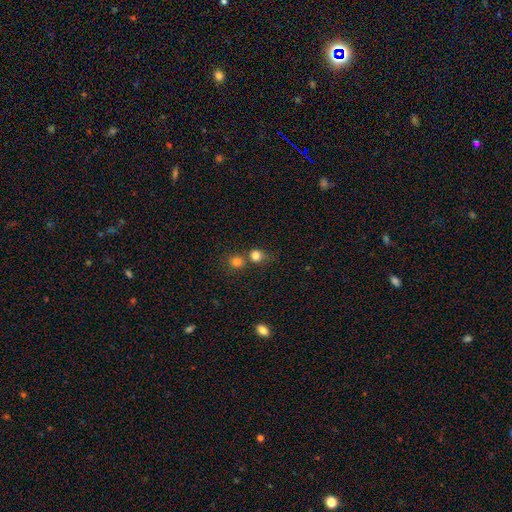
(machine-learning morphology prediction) Overall: smooth (81%). How rounded: round (79%). Merging: none (52%; merger 34%).